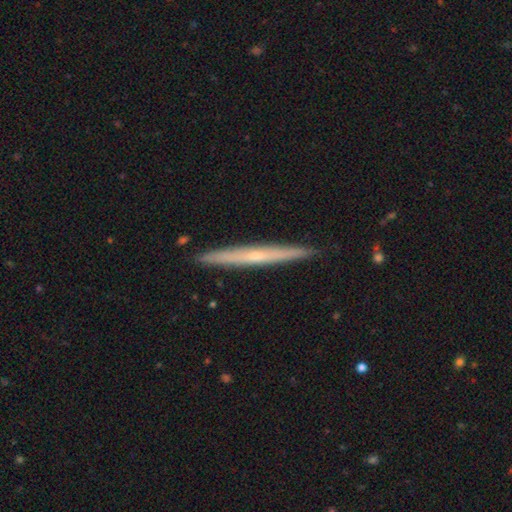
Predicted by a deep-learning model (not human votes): smooth_or_featured: featured or disk (p=0.64) [alt: smooth p=0.30]
disk_edge_on: yes (p=0.97) [alt: no p=0.03]
edge_on_bulge: none (p=0.49) [alt: rounded p=0.48]
merging: none (p=0.92) [alt: minor disturbance p=0.06]